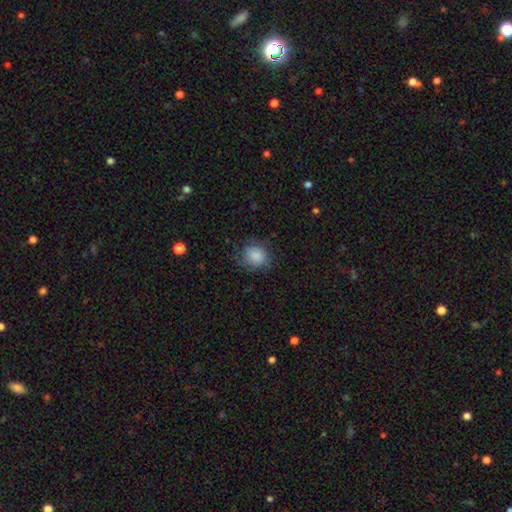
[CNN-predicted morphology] Overall: smooth (87%). How rounded: round (76%). Merging: none (79%).